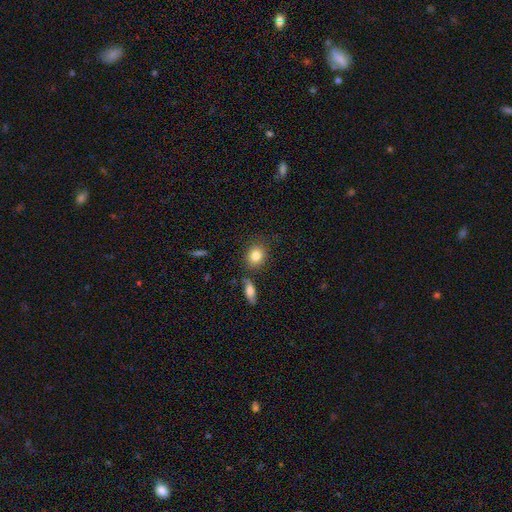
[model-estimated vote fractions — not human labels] smooth-or-featured: smooth: 83% | featured or disk: 9% | star or artifact: 8%
  how-rounded: round: 54% | in between: 44% | cigar-shaped: 2%
  merging: none: 79% | minor disturbance: 11% | merger: 7% | major disturbance: 3%